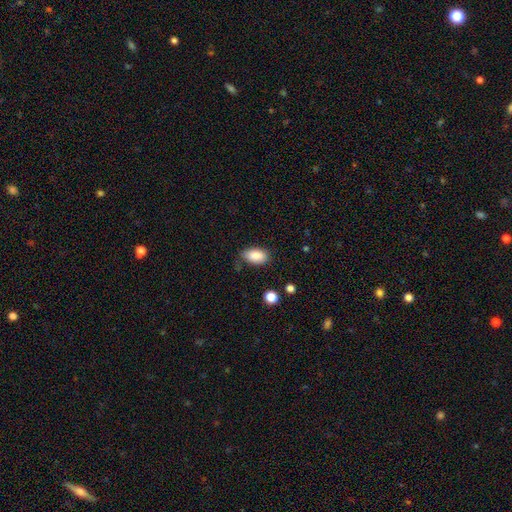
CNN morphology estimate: This appears to be a smooth galaxy with no disk features (88%) that is in between round and cigar-shaped (93%). Merging: none (73%).